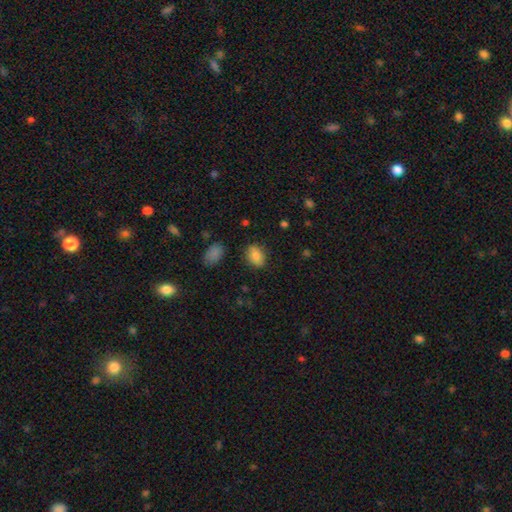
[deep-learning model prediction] smooth-or-featured: smooth: 81% | featured or disk: 10% | star or artifact: 8%
  how-rounded: in between: 75% | round: 24% | cigar-shaped: 2%
  merging: none: 83% | minor disturbance: 12% | major disturbance: 3% | merger: 2%